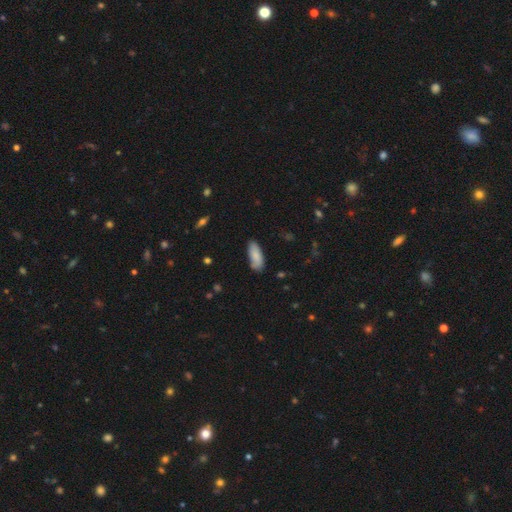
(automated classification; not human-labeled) A smooth galaxy with no disk features (84%) that is in between round and cigar-shaped (74%). Merging: none (75%).